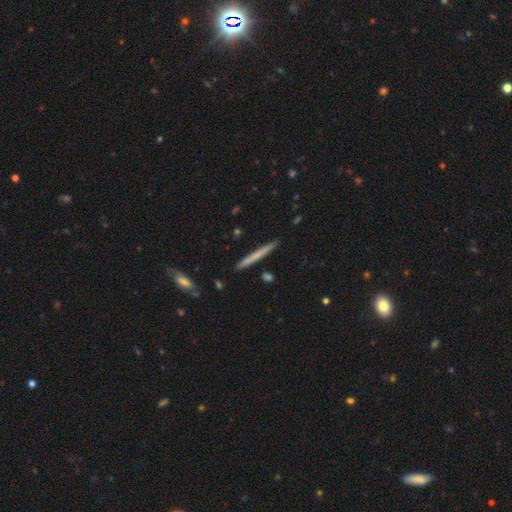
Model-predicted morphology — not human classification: This appears to be a smooth galaxy with no disk features (59%) that is cigar-shaped (97%). Merging: none (91%).